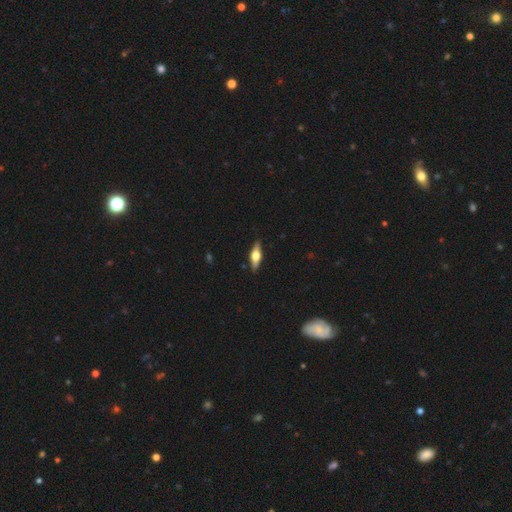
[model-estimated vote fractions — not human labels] featured or disk 58%, smooth 35%, star or artifact 6%. Down the decision tree: edge-on disk — yes (94%); edge-on bulge — rounded (93%); merging — none (88%).